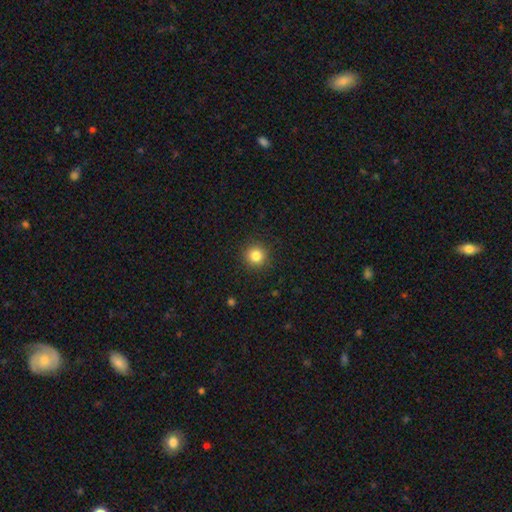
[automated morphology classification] smooth_or_featured: smooth (p=0.84) [alt: star or artifact p=0.11]
how_rounded: round (p=0.95) [alt: in between p=0.04]
merging: none (p=0.92) [alt: minor disturbance p=0.05]